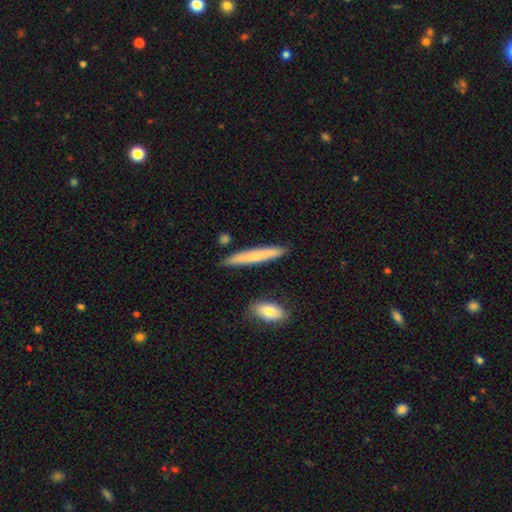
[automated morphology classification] The model was most divided on "smooth or featured": smooth: 64%, featured or disk: 30%, star or artifact: 6%. More confident: how rounded — cigar-shaped (92%); merging — none (87%).